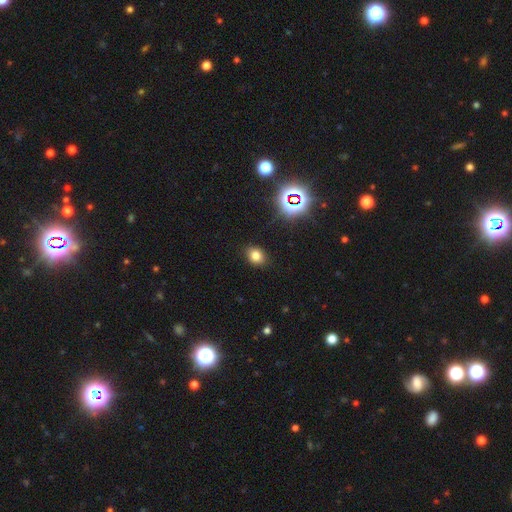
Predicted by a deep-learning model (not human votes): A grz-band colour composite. It shows a smooth galaxy with no disk features (75%) that is in between round and cigar-shaped (61%). Merging: none (87%).